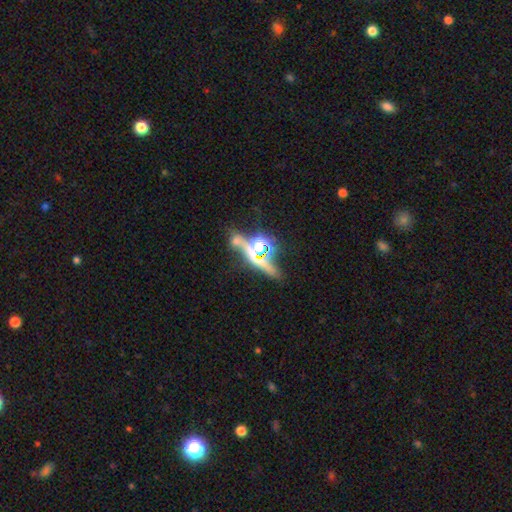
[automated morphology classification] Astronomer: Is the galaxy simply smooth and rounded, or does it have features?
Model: star or artifact — 59%.